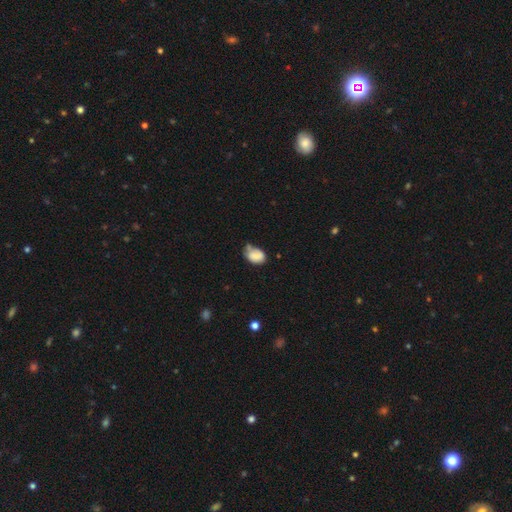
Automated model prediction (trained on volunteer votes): A smooth galaxy with no disk features (80%) that is in between round and cigar-shaped (79%). Merging: none (38%).